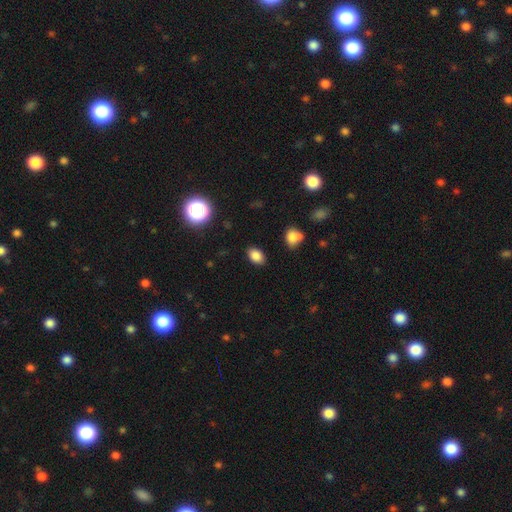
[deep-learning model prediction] The model was most divided on "how rounded": in between: 83%, round: 16%, cigar-shaped: 1%. More confident: merging — none (86%); smooth or featured — smooth (84%).